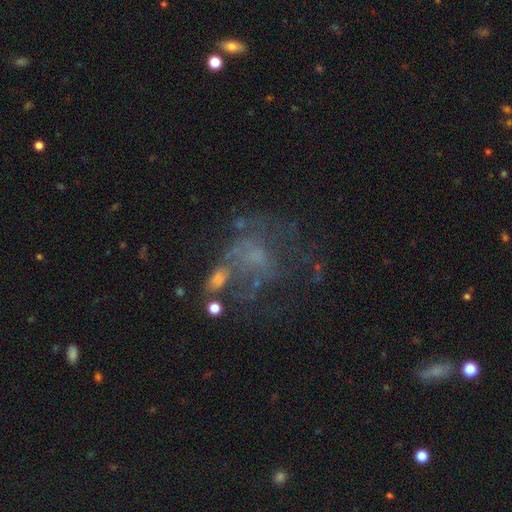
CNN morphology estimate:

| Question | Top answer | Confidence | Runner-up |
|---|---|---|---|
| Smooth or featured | featured or disk | 58% | smooth (22%) |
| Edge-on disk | no | 97% | yes (3%) |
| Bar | no | 82% | weak (15%) |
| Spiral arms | no | 72% | yes (28%) |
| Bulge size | none | 47% | small (32%) |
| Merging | major disturbance | 37% | none (36%) |